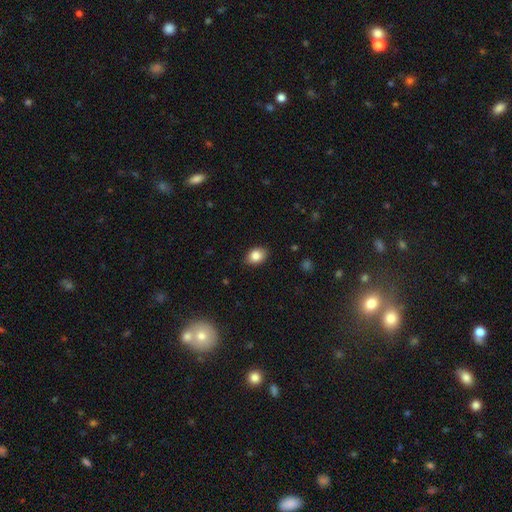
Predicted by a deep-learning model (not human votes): The model was most divided on "how rounded": in between: 74%, round: 25%, cigar-shaped: 1%. More confident: merging — none (86%); smooth or featured — smooth (85%).